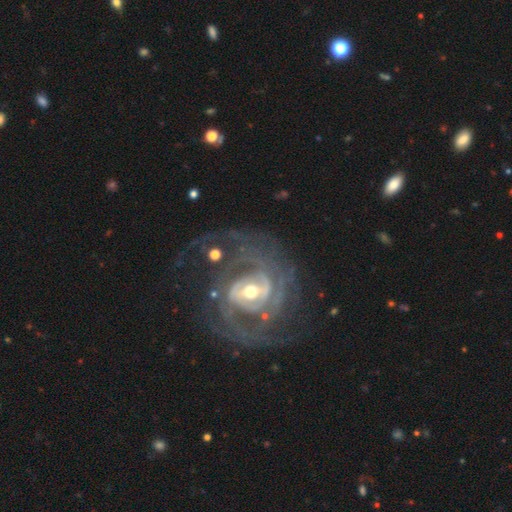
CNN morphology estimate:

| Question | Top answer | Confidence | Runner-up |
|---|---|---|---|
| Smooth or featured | featured or disk | 89% | star or artifact (6%) |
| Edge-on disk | no | 97% | yes (3%) |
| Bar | weak | 43% | strong (37%) |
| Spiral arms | yes | 97% | no (3%) |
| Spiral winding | tight | 44% | tied: medium (44%) |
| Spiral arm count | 2 | 58% | can't tell (13%) |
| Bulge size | small | 49% | moderate (45%) |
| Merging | none | 71% | minor disturbance (14%) |